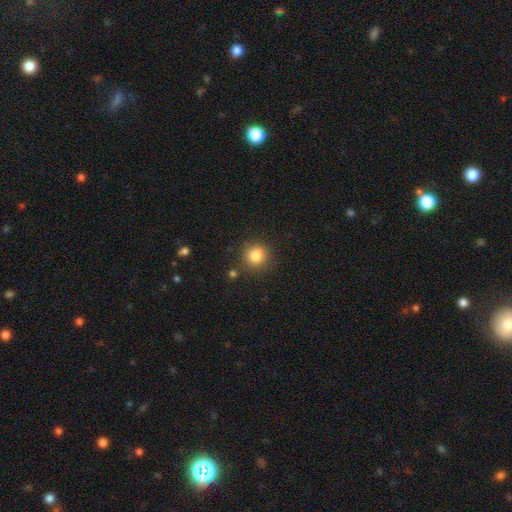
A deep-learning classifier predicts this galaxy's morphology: A smooth galaxy with no disk features (83%) that is round (91%). Merging: none (84%).